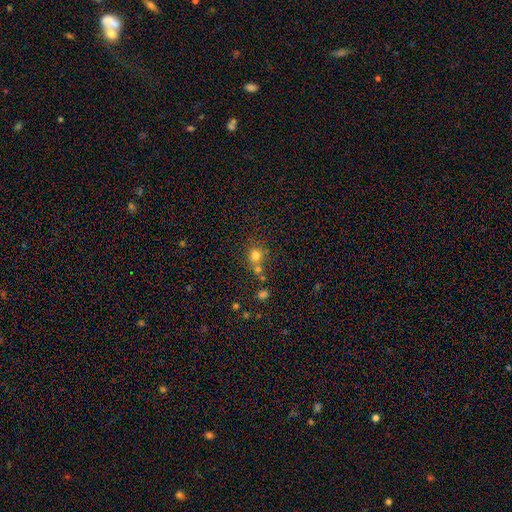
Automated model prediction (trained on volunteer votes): Smooth or featured?
  - smooth: 74% *
  - star or artifact: 16%
  - featured or disk: 10%
How rounded?
  - round: 79% *
  - in between: 20%
  - cigar-shaped: 1%
Merging?
  - none: 52% *
  - merger: 31%
  - minor disturbance: 12%
  - major disturbance: 5%